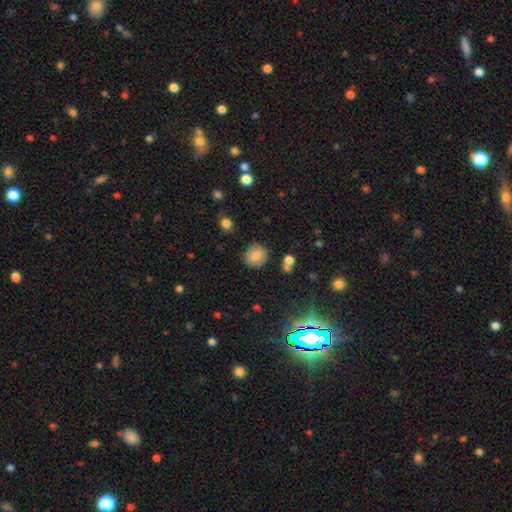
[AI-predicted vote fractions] smooth_or_featured: smooth (p=0.82) [alt: star or artifact p=0.10]
how_rounded: round (p=0.85) [alt: in between p=0.14]
merging: none (p=0.82) [alt: minor disturbance p=0.12]